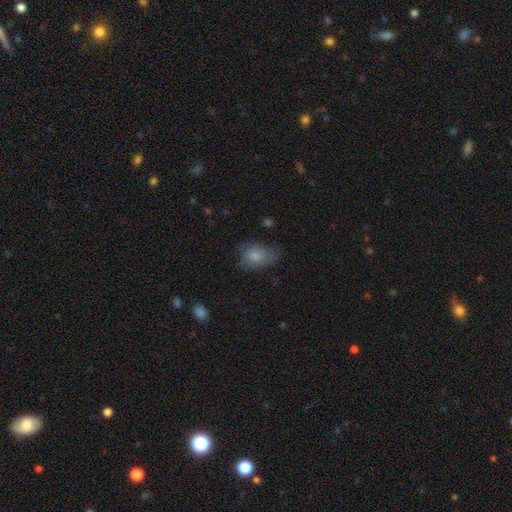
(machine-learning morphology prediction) Smooth or featured: smooth — 79% (featured or disk — 12%)
How rounded: in between — 80% (round — 18%)
Merging: none — 54% (minor disturbance — 31%)